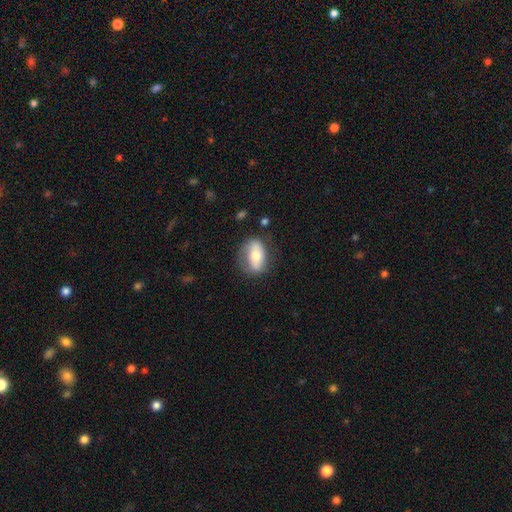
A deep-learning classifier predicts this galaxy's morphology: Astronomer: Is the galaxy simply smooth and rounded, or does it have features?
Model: smooth — 55% (runner-up: featured or disk, 39%).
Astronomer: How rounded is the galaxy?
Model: in between — 81%.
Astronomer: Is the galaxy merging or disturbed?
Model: none — 69%.